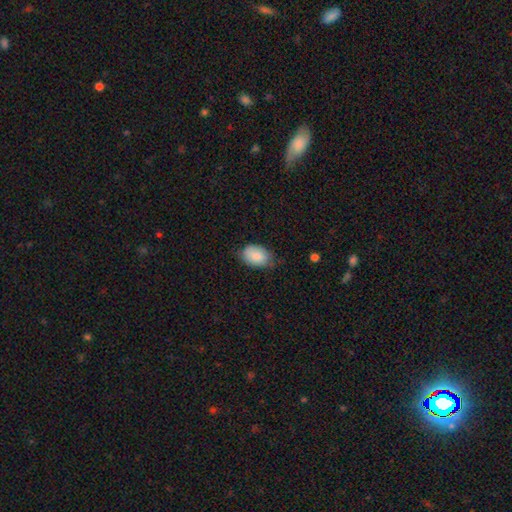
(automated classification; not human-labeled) smooth 87%, featured or disk 7%, star or artifact 6%. Down the decision tree: how rounded — in between (87%); merging — none (65%).